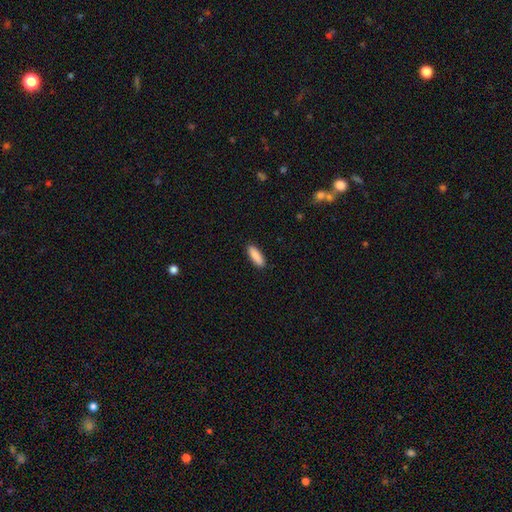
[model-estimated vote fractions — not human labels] smooth 89%, star or artifact 6%, featured or disk 5%. Down the decision tree: how rounded — in between (55%); merging — none (89%).